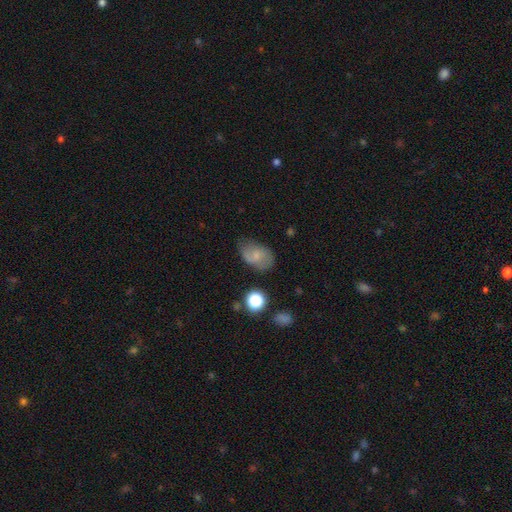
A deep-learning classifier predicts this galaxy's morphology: smooth_or_featured: smooth (p=0.60) [alt: featured or disk p=0.30]
how_rounded: in between (p=0.85) [alt: round p=0.13]
merging: none (p=0.61) [alt: minor disturbance p=0.27]